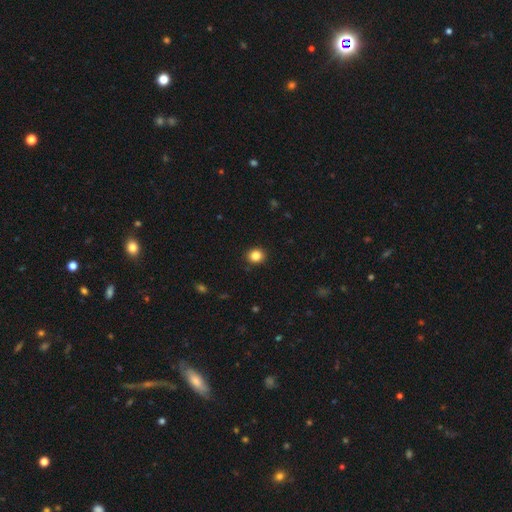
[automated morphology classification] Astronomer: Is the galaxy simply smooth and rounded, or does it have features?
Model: smooth — 85%.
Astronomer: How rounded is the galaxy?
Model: round — 80%.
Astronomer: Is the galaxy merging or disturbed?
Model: none — 90%.